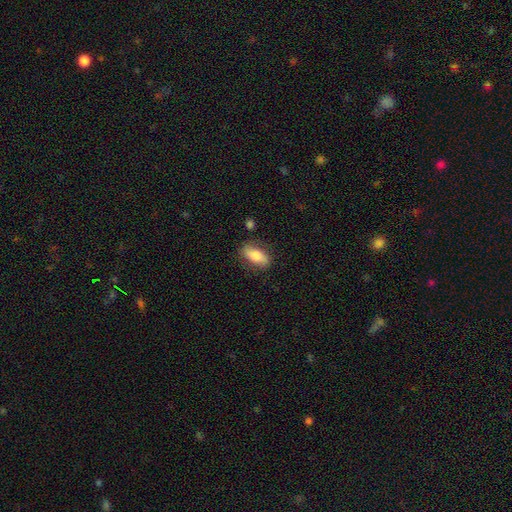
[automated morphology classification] Overall: smooth (72%). How rounded: in between (82%). Merging: none (78%).